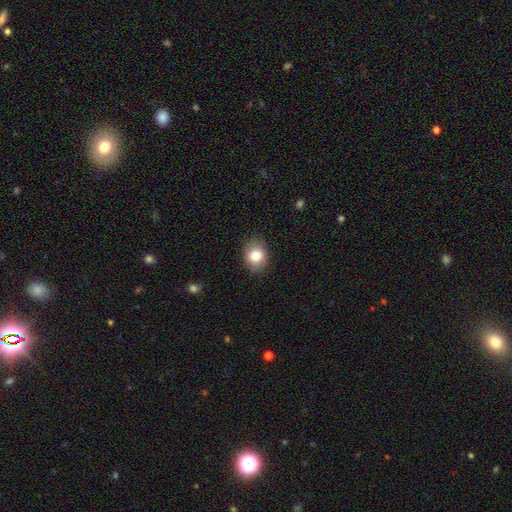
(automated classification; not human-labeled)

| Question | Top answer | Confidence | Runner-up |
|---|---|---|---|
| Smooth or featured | smooth | 83% | star or artifact (9%) |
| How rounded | in between | 52% | round (48%) |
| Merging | none | 84% | minor disturbance (12%) |